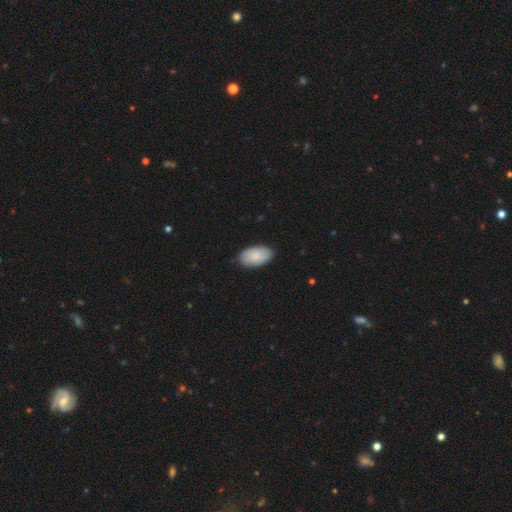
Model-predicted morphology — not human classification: Smooth or featured? Predicted: smooth (p=0.79). How rounded? Predicted: in between (p=0.95). Merging? Predicted: none (p=0.82).